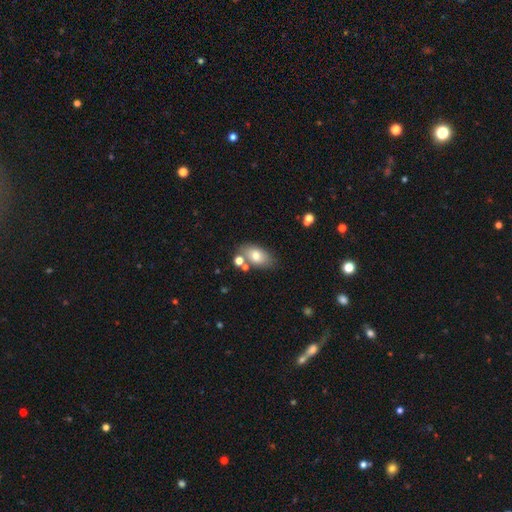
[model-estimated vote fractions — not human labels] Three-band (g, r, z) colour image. It shows a smooth galaxy with no disk features (75%) that is in between round and cigar-shaped (88%). Merging: none (66%).